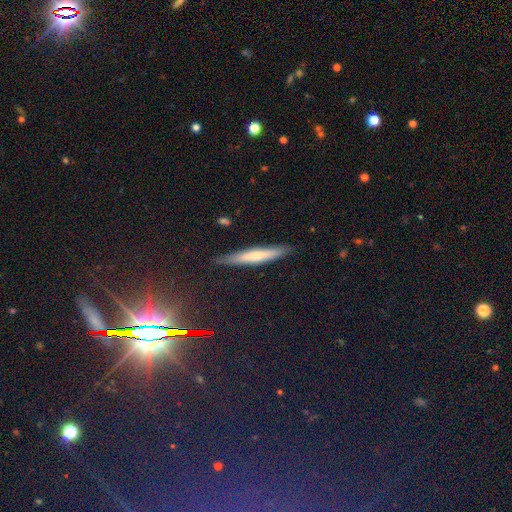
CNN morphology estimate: smooth-or-featured: smooth: 59% | featured or disk: 34% | star or artifact: 7%
  how-rounded: cigar-shaped: 93% | in between: 6% | round: 1%
  merging: none: 85% | minor disturbance: 11% | major disturbance: 2% | merger: 1%